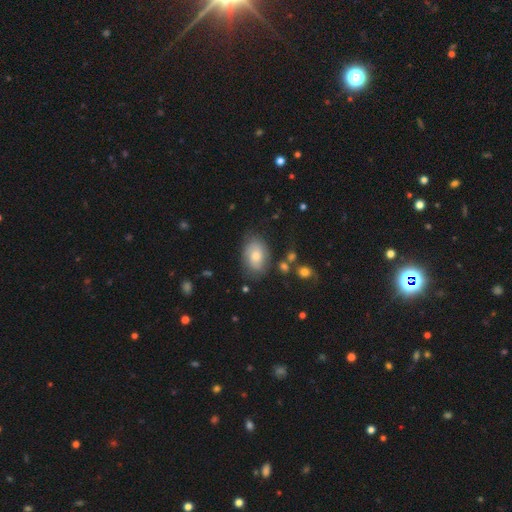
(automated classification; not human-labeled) This is likely a smooth galaxy (67%). How rounded: clearly in between (85%). Merging: likely none (72%).